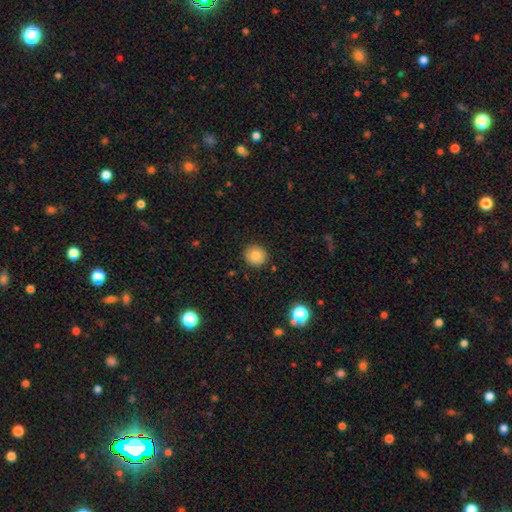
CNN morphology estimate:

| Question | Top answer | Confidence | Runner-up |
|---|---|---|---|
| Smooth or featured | smooth | 83% | star or artifact (10%) |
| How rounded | round | 89% | in between (10%) |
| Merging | none | 90% | minor disturbance (7%) |